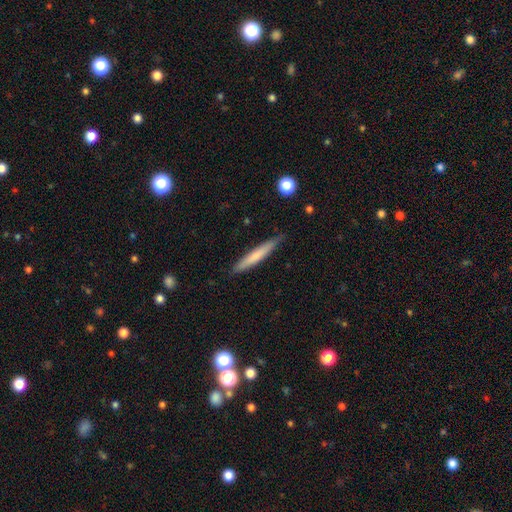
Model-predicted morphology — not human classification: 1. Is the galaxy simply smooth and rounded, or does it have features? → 65% smooth, 30% featured or disk, 6% star or artifact.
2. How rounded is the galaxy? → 95% cigar-shaped, 4% in between, 1% round.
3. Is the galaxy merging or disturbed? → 85% none, 12% minor disturbance, 2% major disturbance, 1% merger.